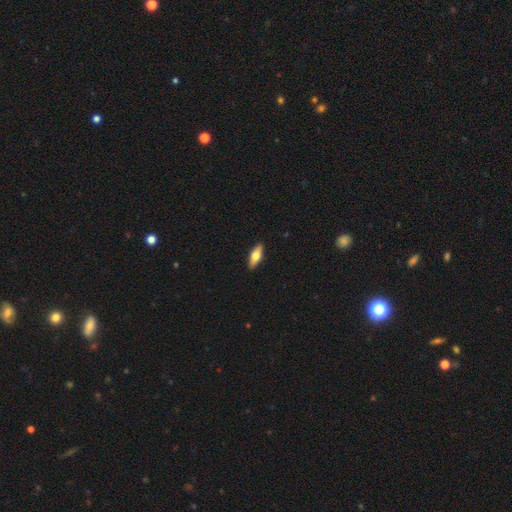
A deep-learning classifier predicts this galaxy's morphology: smooth 64%, featured or disk 30%, star or artifact 6%. Down the decision tree: how rounded — in between (67%); merging — none (90%).